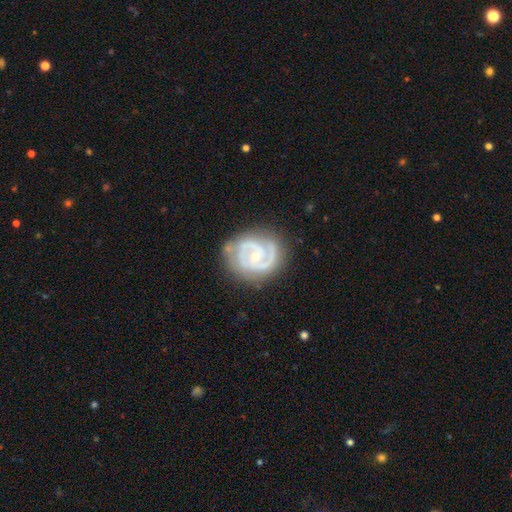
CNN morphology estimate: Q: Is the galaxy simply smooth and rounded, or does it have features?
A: featured or disk — 89%.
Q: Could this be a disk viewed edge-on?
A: no — 98%.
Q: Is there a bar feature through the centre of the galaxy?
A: no — 54%.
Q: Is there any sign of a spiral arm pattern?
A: yes — 97%.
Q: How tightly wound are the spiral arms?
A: tight — 62%.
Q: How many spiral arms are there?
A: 2 — 74%.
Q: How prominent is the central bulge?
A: small — 70%.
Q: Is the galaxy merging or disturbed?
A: none — 76%.